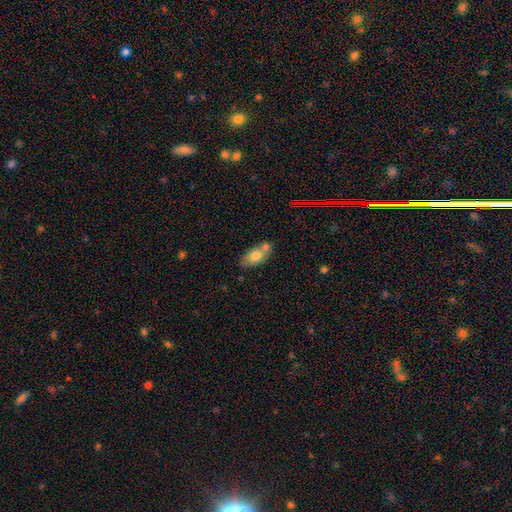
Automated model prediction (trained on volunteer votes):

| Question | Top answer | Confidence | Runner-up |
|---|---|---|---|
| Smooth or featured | smooth | 71% | featured or disk (21%) |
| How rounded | in between | 88% | cigar-shaped (7%) |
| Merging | none | 51% | merger (30%) |